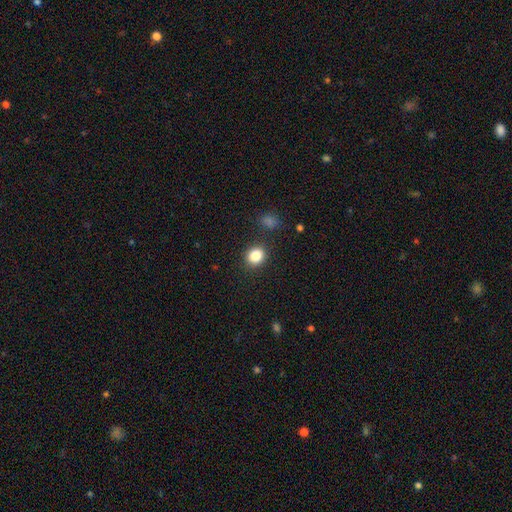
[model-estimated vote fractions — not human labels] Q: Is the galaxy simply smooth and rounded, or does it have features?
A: smooth — 85%.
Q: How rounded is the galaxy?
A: round — 70%.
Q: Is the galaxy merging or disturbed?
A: none — 87%.